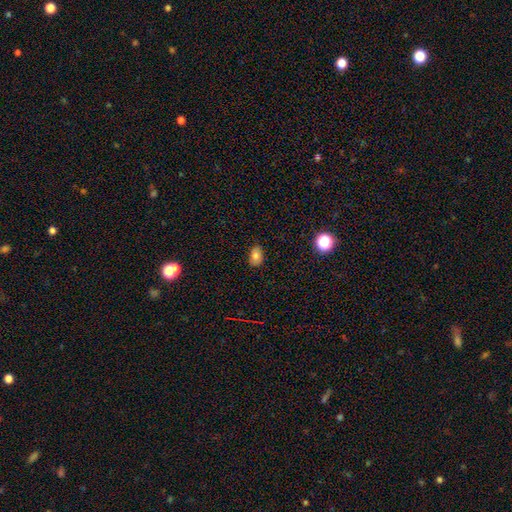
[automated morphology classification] Smooth or featured: smooth — 78% (star or artifact — 12%)
How rounded: in between — 85% (round — 14%)
Merging: none — 81% (minor disturbance — 15%)